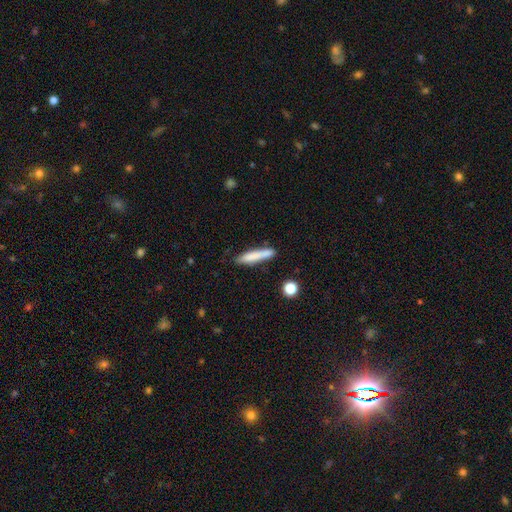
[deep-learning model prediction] Smooth or featured?
  - smooth: 77% *
  - featured or disk: 17%
  - star or artifact: 7%
How rounded?
  - cigar-shaped: 91% *
  - in between: 8%
  - round: 1%
Merging?
  - none: 75% *
  - minor disturbance: 16%
  - merger: 5%
  - major disturbance: 3%